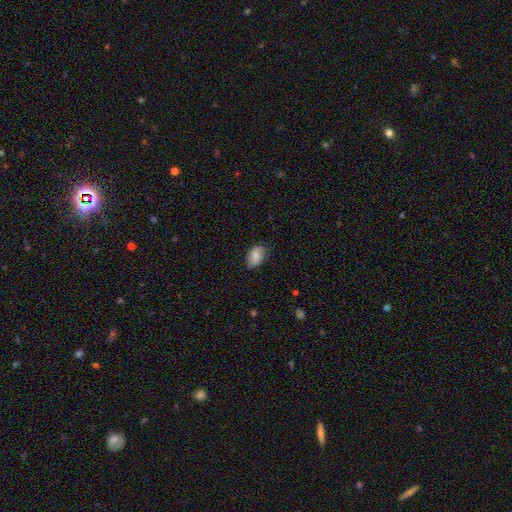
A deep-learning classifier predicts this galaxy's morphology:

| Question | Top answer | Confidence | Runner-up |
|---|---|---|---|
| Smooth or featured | smooth | 60% | featured or disk (32%) |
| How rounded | in between | 89% | round (9%) |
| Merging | none | 78% | minor disturbance (18%) |